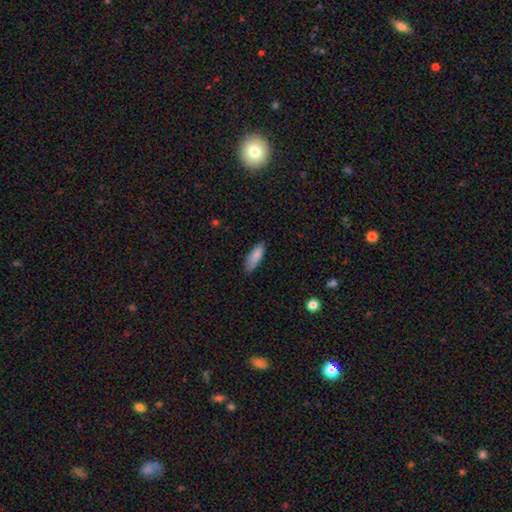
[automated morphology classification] Smooth or featured: smooth — 86% (featured or disk — 8%)
How rounded: in between — 64% (cigar-shaped — 34%)
Merging: none — 80% (minor disturbance — 16%)